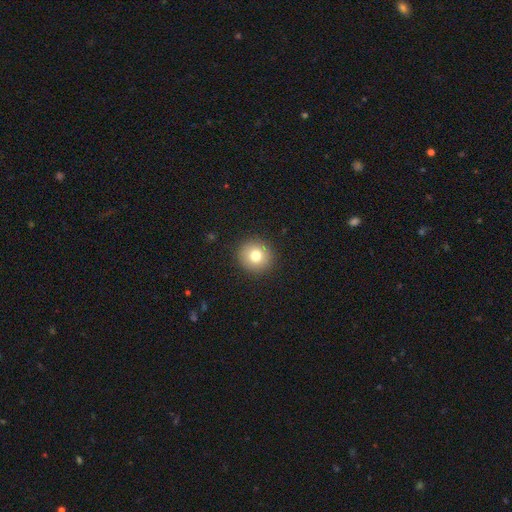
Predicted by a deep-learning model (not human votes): Morphology: type=smooth (78%); roundness=round (91%); merging=none (91%).